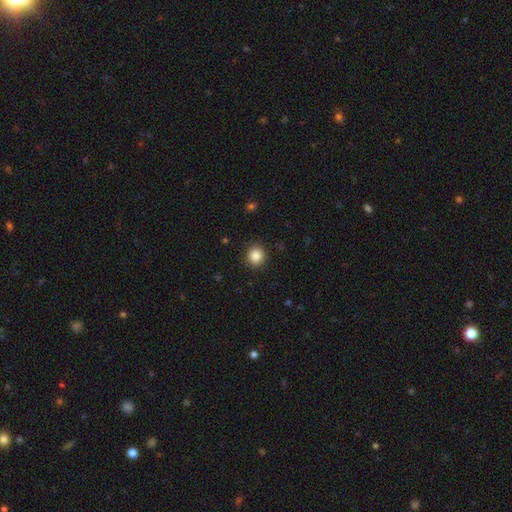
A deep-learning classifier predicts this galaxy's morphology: The model was most divided on "smooth or featured": smooth: 86%, star or artifact: 10%, featured or disk: 4%. More confident: merging — none (91%); how rounded — round (89%).